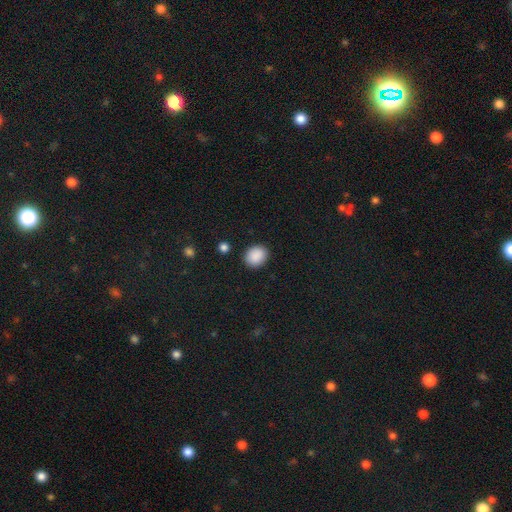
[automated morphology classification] Smooth or featured? smooth (89%)
How rounded? round (59%)
Merging? none (88%)